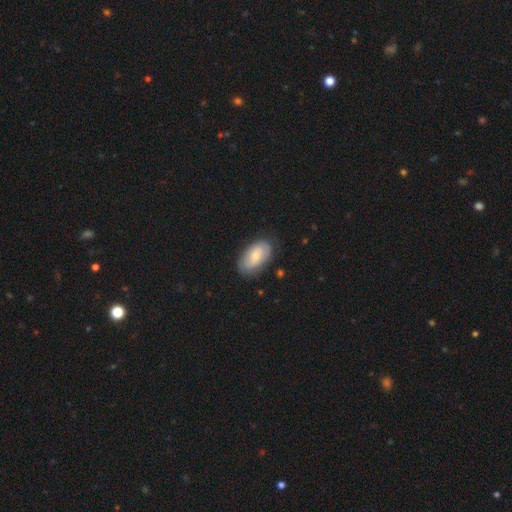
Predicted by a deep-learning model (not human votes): smooth 60%, featured or disk 34%, star or artifact 6%. Down the decision tree: how rounded — in between (92%); merging — none (77%).